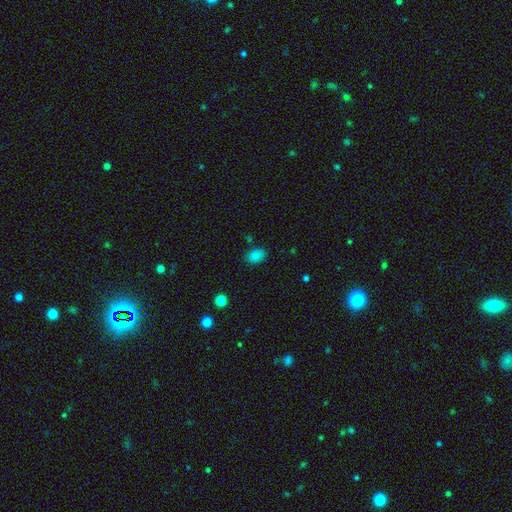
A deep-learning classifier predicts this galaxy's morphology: This appears to be a smooth galaxy with no disk features (84%) that is in between round and cigar-shaped (77%). Merging: none (81%).